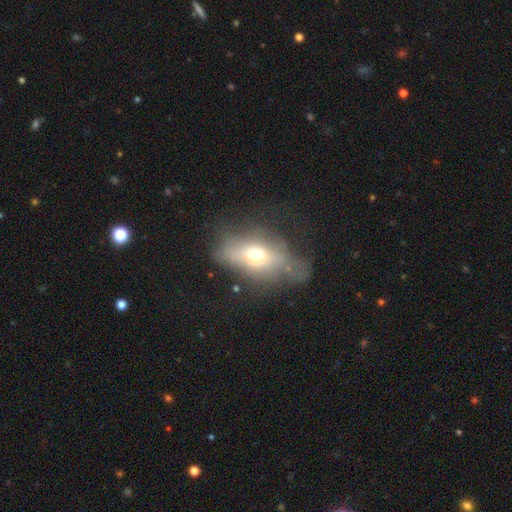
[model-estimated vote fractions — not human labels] Smooth or featured?
  - smooth: 45% *
  - featured or disk: 44%
  - star or artifact: 11%
Merging?
  - major disturbance: 36% *
  - none: 32%
  - minor disturbance: 26%
  - merger: 7%